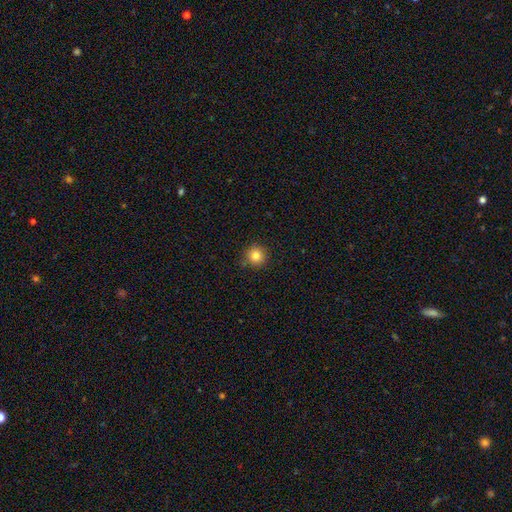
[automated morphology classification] Smooth or featured? Predicted: smooth (p=0.81). How rounded? Predicted: round (p=0.94). Merging? Predicted: none (p=0.87).